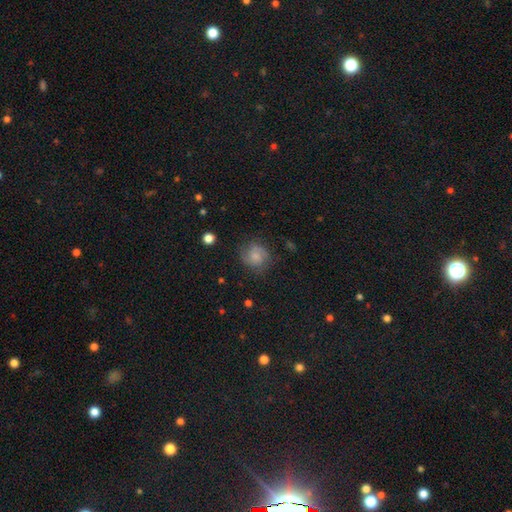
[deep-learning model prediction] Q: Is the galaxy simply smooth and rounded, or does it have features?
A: smooth — 57%.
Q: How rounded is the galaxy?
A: round — 81%.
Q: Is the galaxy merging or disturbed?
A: none — 69%.